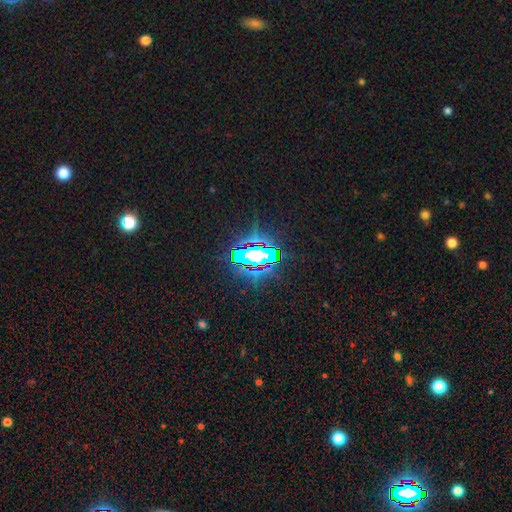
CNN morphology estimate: type=star or artifact (77%).